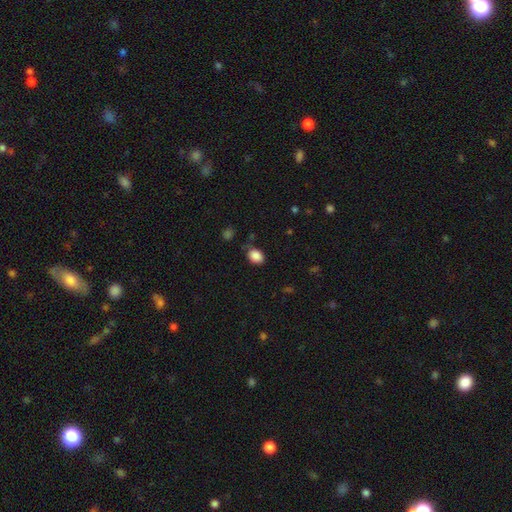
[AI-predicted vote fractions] This appears to be a smooth galaxy with no disk features (87%) that is in between round and cigar-shaped (70%). Merging: none (75%).